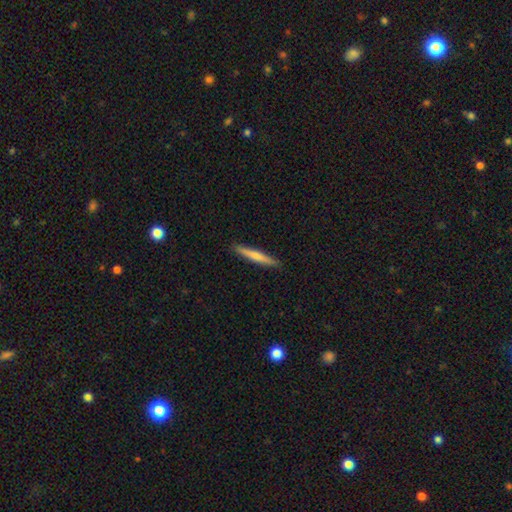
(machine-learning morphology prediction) This appears to be a smooth galaxy with no disk features (66%) that is cigar-shaped (95%). Merging: none (91%).